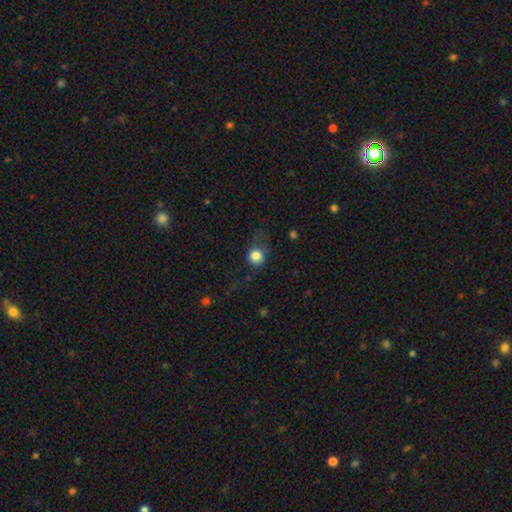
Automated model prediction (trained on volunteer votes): Smooth or featured? Predicted: smooth (p=0.83). How rounded? Predicted: round (p=0.85). Merging? Predicted: none (p=0.61).